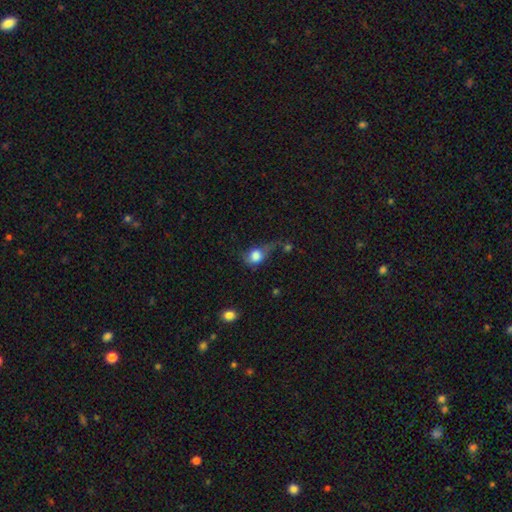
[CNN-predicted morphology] smooth 76%, featured or disk 14%, star or artifact 9%. Down the decision tree: how rounded — in between (49%, tied with round); merging — major disturbance (37%).